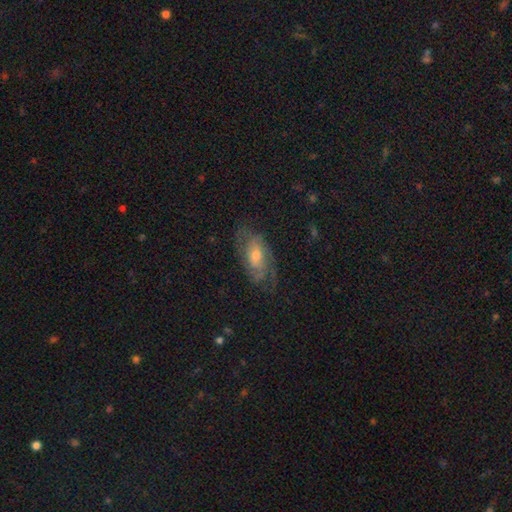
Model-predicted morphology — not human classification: Smooth or featured: featured or disk — 67% (smooth — 26%)
Edge-on disk: no — 92% (yes — 8%)
Bar: no — 59% (weak — 33%)
Spiral arms: yes — 83% (no — 17%)
Spiral winding: medium — 41% (tied with tight — 41%)
Spiral arm count: 2 — 42% (can't tell — 37%)
Bulge size: moderate — 58% (small — 34%)
Merging: none — 64% (minor disturbance — 22%)